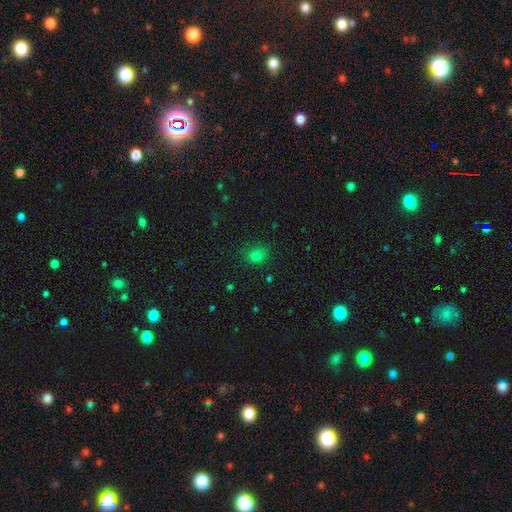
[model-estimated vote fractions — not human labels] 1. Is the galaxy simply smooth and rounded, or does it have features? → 74% smooth, 20% star or artifact, 6% featured or disk.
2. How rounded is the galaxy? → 63% round, 35% in between, 1% cigar-shaped.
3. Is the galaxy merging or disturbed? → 73% none, 18% minor disturbance, 6% major disturbance, 2% merger.